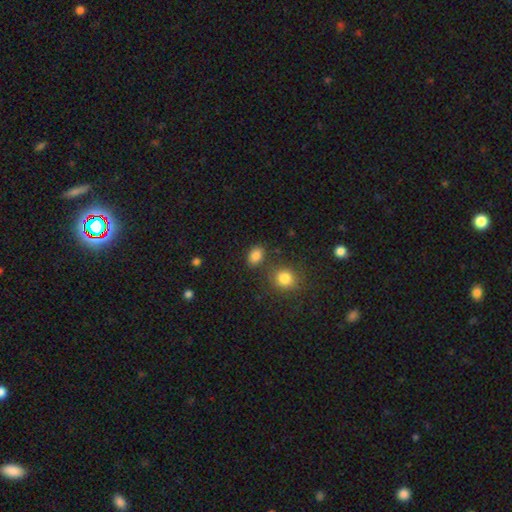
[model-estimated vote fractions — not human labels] Morphology: type=smooth (83%); roundness=in between (78%); merging=none (75%).